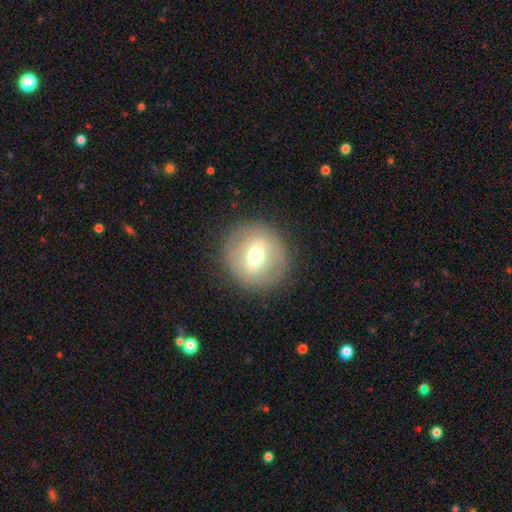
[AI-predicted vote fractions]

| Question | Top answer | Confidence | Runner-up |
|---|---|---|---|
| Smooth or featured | featured or disk | 61% | smooth (31%) |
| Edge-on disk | no | 80% | yes (20%) |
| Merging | none | 85% | minor disturbance (9%) |